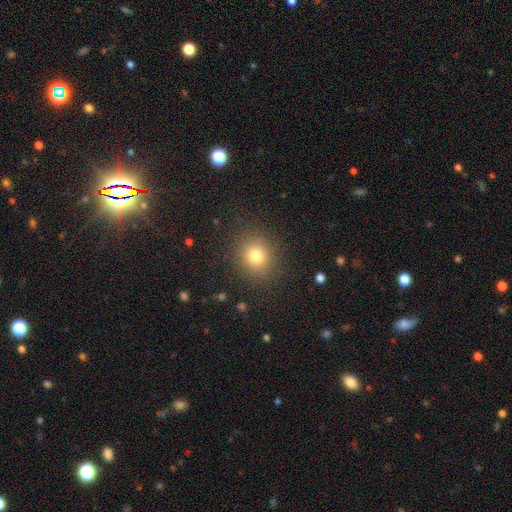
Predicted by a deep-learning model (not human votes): smooth-or-featured: smooth: 78% | star or artifact: 14% | featured or disk: 8%
  how-rounded: round: 86% | in between: 13% | cigar-shaped: 1%
  merging: none: 88% | minor disturbance: 8% | major disturbance: 3% | merger: 1%